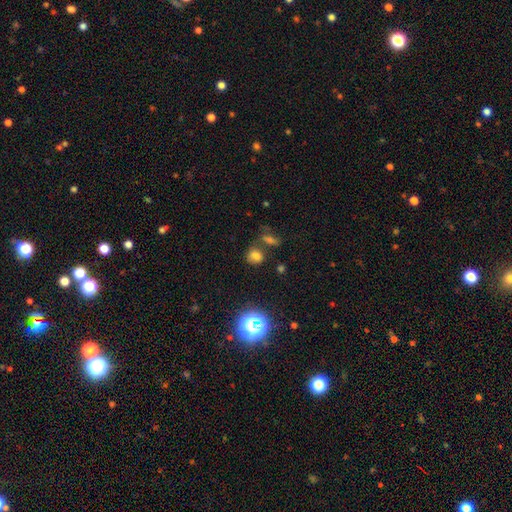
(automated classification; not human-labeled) smooth-or-featured: smooth: 67% | star or artifact: 25% | featured or disk: 8%
  how-rounded: round: 64% | in between: 34% | cigar-shaped: 2%
  merging: none: 65% | merger: 16% | minor disturbance: 13% | major disturbance: 5%